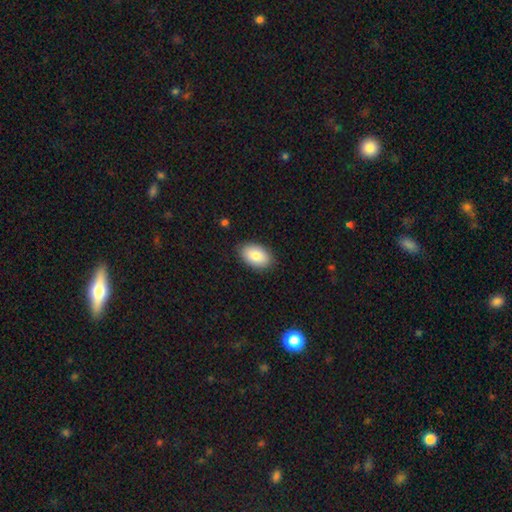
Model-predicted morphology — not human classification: smooth_or_featured: smooth (p=0.85) [alt: featured or disk p=0.08]
how_rounded: in between (p=0.92) [alt: round p=0.06]
merging: none (p=0.87) [alt: minor disturbance p=0.10]